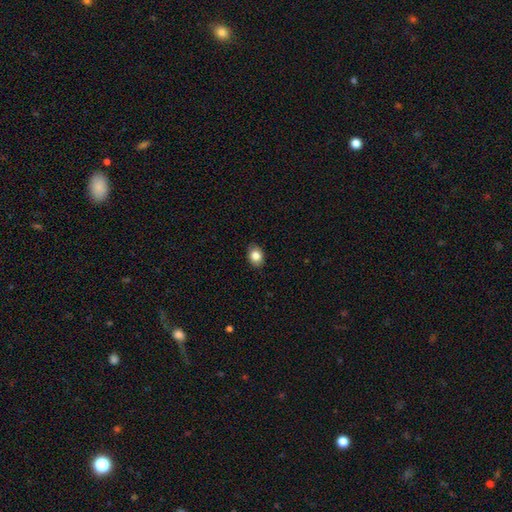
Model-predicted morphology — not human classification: Smooth or featured? Predicted: smooth (p=0.83). How rounded? Predicted: in between (p=0.65). Merging? Predicted: none (p=0.88).